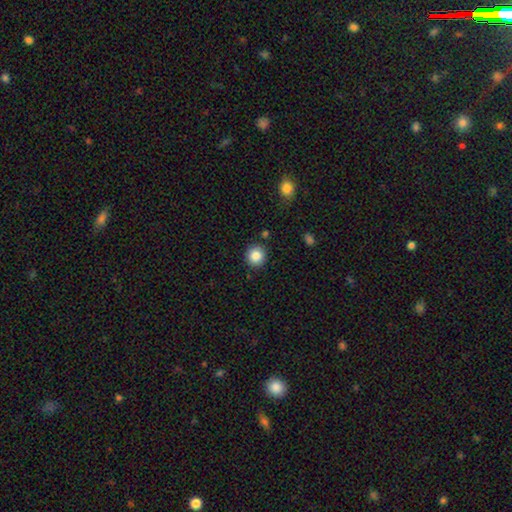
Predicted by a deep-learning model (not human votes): This appears to be a smooth galaxy with no disk features (86%) that is round (93%). Merging: none (89%).